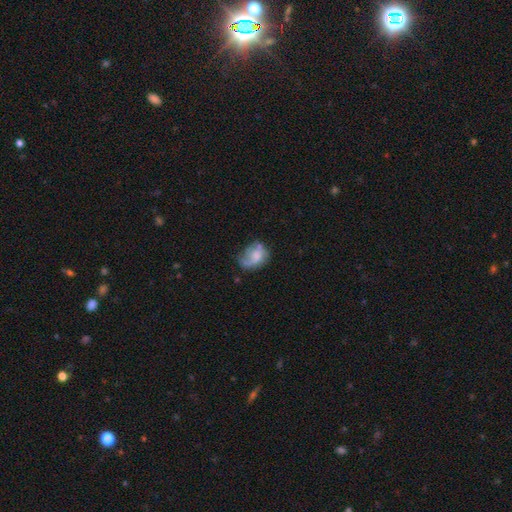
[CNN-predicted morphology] A smooth galaxy with no disk features (47%).

Vote fractions:
- Smooth or featured? smooth: 47% / featured or disk: 45% / star or artifact: 8%
- Merging? none: 42% / minor disturbance: 30% / major disturbance: 23% / merger: 5%